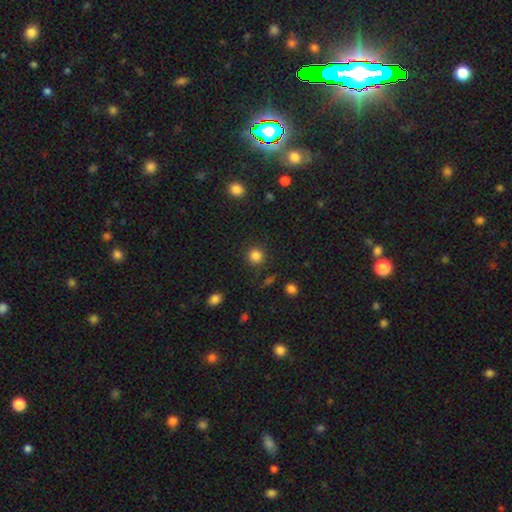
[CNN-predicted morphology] Smooth or featured? Predicted: smooth (p=0.84). How rounded? Predicted: round (p=0.91). Merging? Predicted: none (p=0.87).